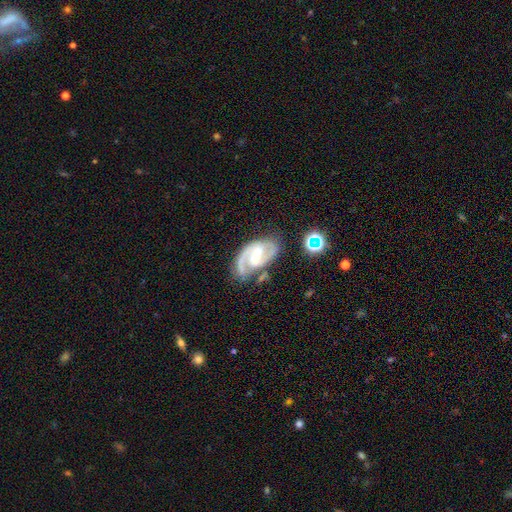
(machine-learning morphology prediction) The model was most divided on "bar": weak: 44%, strong: 43%, no: 13%. More confident: spiral arms — yes (98%); edge-on disk — no (97%); spiral arm count — 2 (90%); smooth or featured — featured or disk (90%); merging — none (74%); spiral winding — medium (58%); bulge size — moderate (50%).